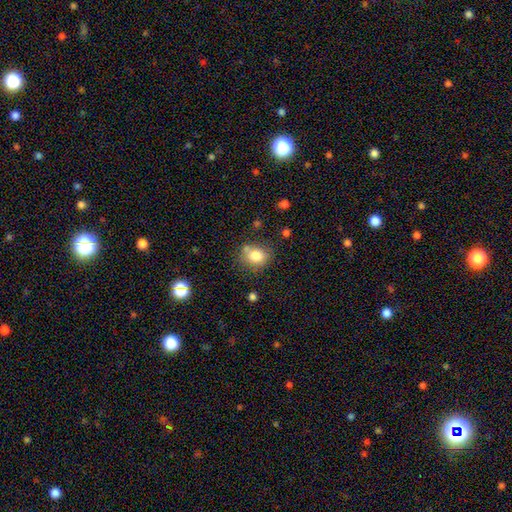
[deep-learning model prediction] smooth 80%, star or artifact 11%, featured or disk 9%. Down the decision tree: how rounded — round (57%); merging — none (67%).